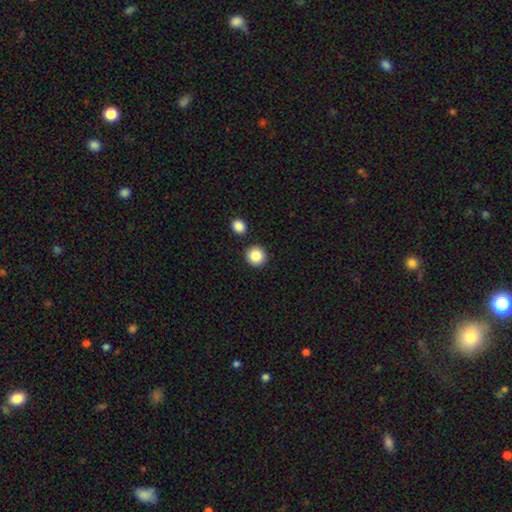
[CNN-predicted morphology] This is clearly a smooth galaxy (87%). How rounded: clearly round (91%). Merging: clearly none (88%).